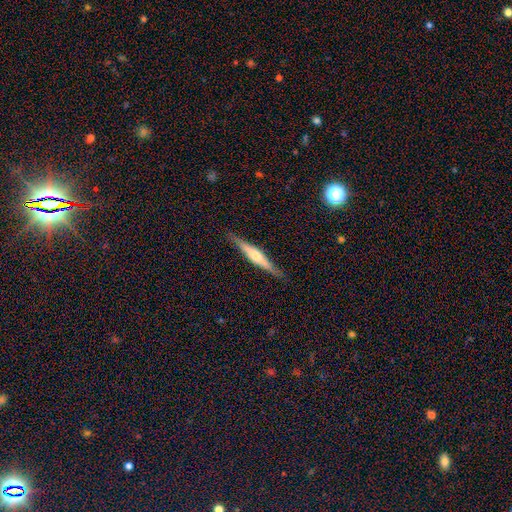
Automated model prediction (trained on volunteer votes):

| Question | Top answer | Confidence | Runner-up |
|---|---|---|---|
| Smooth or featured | featured or disk | 66% | smooth (28%) |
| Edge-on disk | yes | 97% | no (3%) |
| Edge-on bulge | rounded | 78% | boxy (12%) |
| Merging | none | 88% | minor disturbance (9%) |